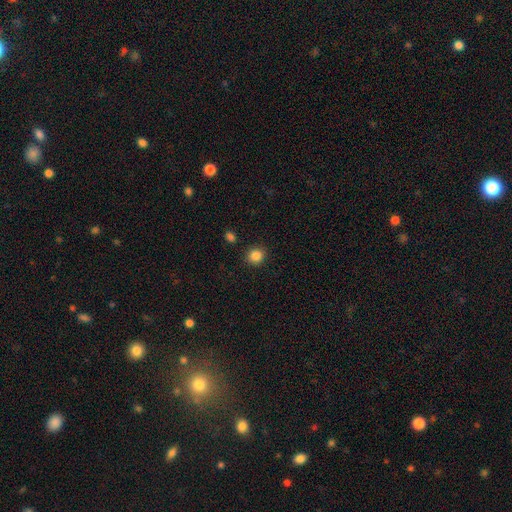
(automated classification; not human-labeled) smooth 85%, star or artifact 11%, featured or disk 4%. Down the decision tree: how rounded — round (88%); merging — none (90%).